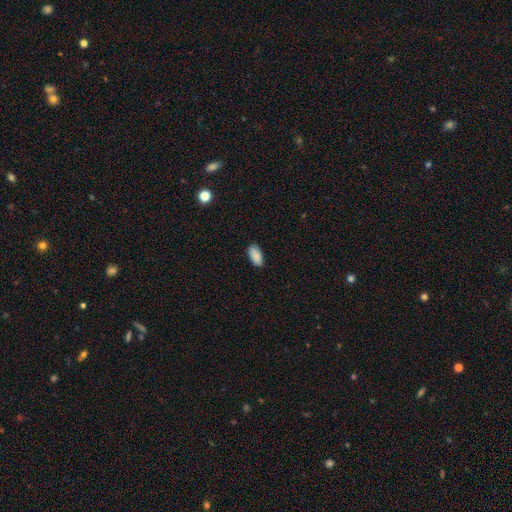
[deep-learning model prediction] Overall: smooth (88%). How rounded: in between (93%). Merging: none (85%).